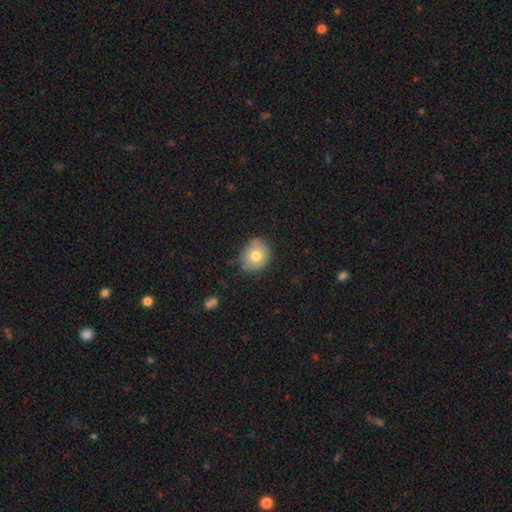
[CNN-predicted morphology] smooth-or-featured: smooth: 76% | featured or disk: 14% | star or artifact: 9%
  how-rounded: round: 65% | in between: 35% | cigar-shaped: 1%
  merging: none: 72% | minor disturbance: 21% | major disturbance: 4% | merger: 2%